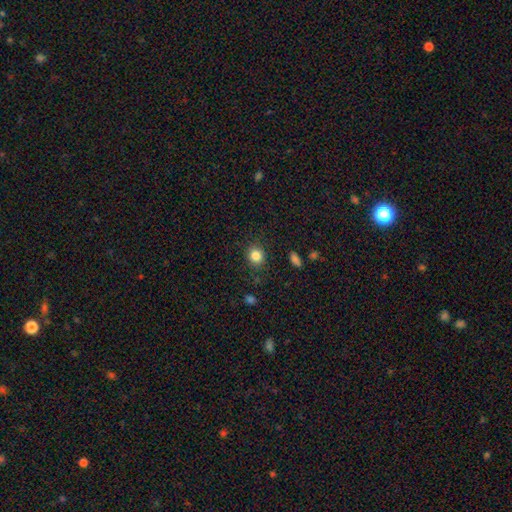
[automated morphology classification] Smooth or featured?
  - smooth: 84% *
  - star or artifact: 11%
  - featured or disk: 5%
How rounded?
  - round: 78% *
  - in between: 21%
  - cigar-shaped: 1%
Merging?
  - none: 87% *
  - minor disturbance: 8%
  - major disturbance: 3%
  - merger: 1%